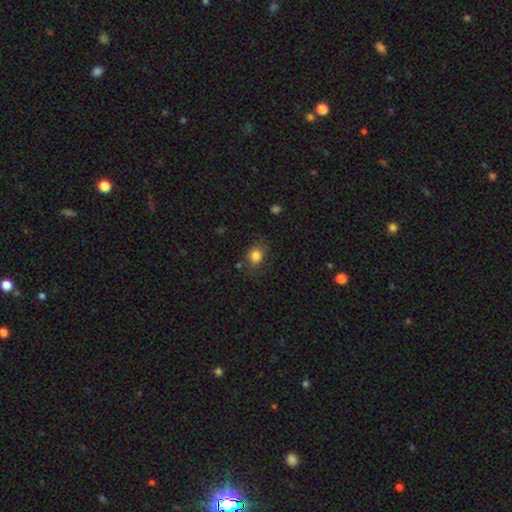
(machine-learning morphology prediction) This appears to be a smooth galaxy with no disk features (83%) that is round (75%). Merging: none (77%).